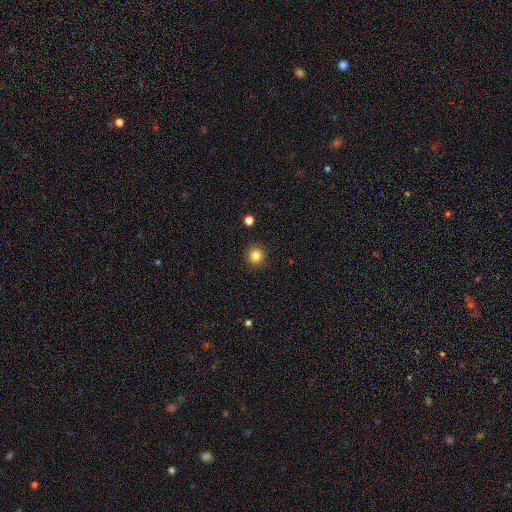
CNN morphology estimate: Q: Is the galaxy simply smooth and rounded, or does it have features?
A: smooth — 84%.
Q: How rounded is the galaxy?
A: round — 94%.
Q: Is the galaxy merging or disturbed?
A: none — 91%.